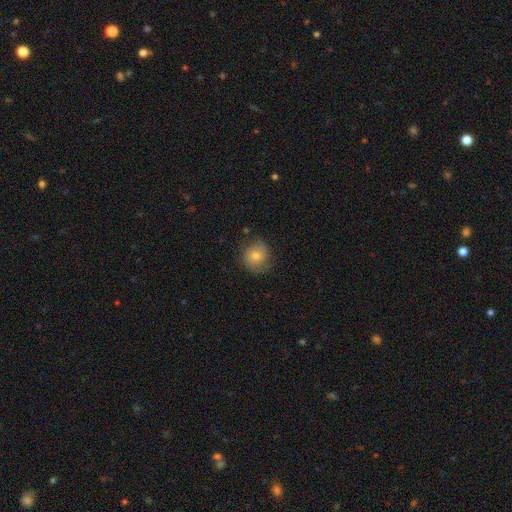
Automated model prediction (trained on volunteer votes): smooth-or-featured: smooth: 63% | featured or disk: 28% | star or artifact: 9%
  how-rounded: round: 84% | in between: 15% | cigar-shaped: 1%
  merging: none: 67% | minor disturbance: 22% | major disturbance: 9% | merger: 1%